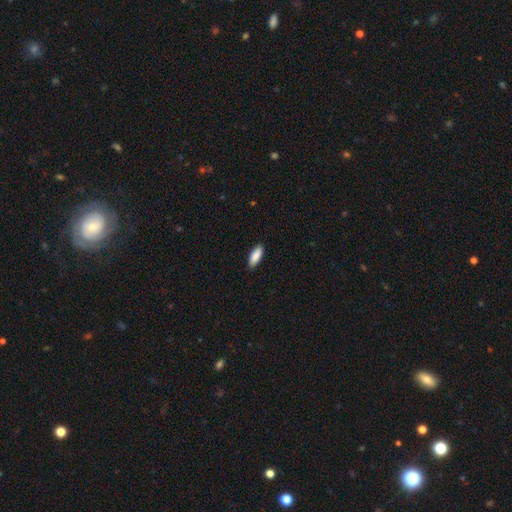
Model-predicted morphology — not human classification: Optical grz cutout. It shows a smooth galaxy with no disk features (88%) that is in between round and cigar-shaped (72%). Merging: none (88%).